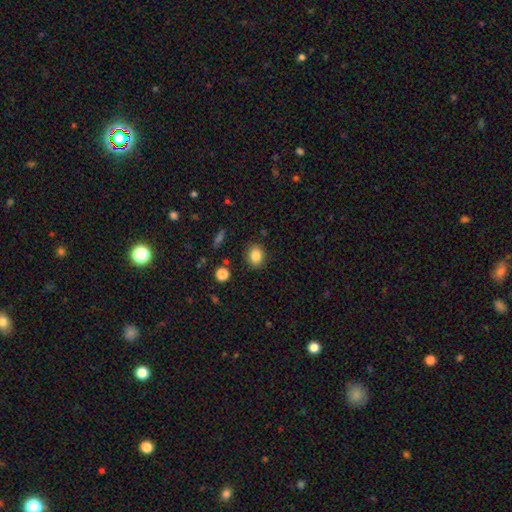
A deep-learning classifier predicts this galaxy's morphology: The model was most divided on "how rounded": round: 54%, in between: 45%, cigar-shaped: 1%. More confident: merging — none (87%); smooth or featured — smooth (84%).